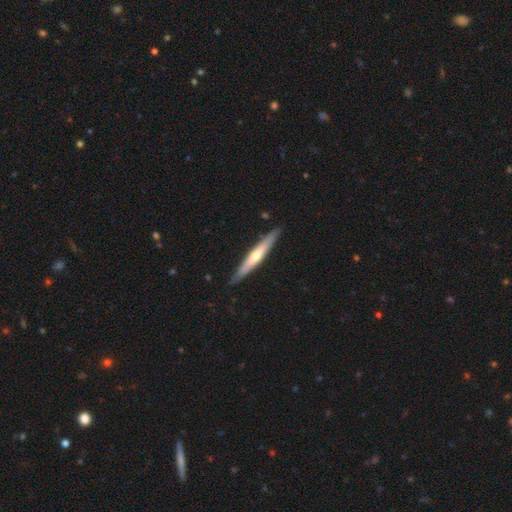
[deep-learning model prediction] Overall: featured or disk (56%; smooth 39%). Edge-on disk: yes (92%). Edge-on bulge: rounded (75%). Merging: none (88%).